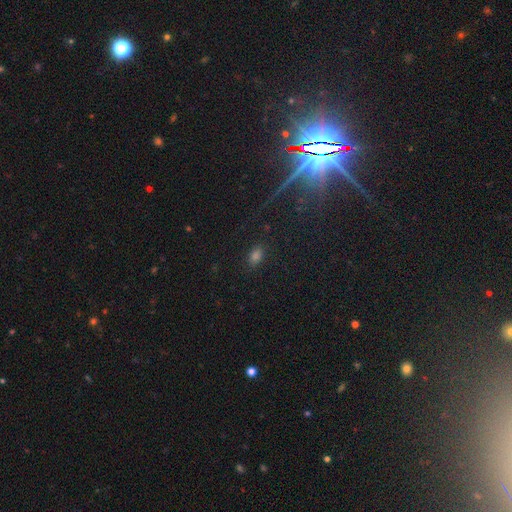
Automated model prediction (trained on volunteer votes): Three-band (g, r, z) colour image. It shows a smooth galaxy with no disk features (66%) that is in between round and cigar-shaped (82%). Merging: none (86%).